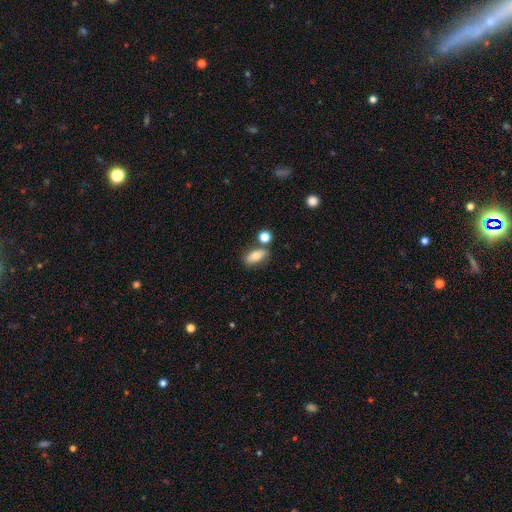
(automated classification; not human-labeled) smooth_or_featured: smooth (p=0.76) [alt: featured or disk p=0.15]
how_rounded: in between (p=0.81) [alt: cigar-shaped p=0.10]
merging: none (p=0.67) [alt: minor disturbance p=0.14]